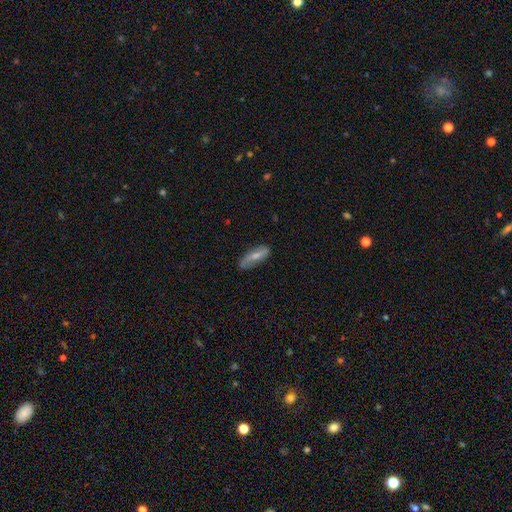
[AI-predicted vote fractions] Morphology: type=smooth (55%); roundness=in between (64%); merging=none (74%).